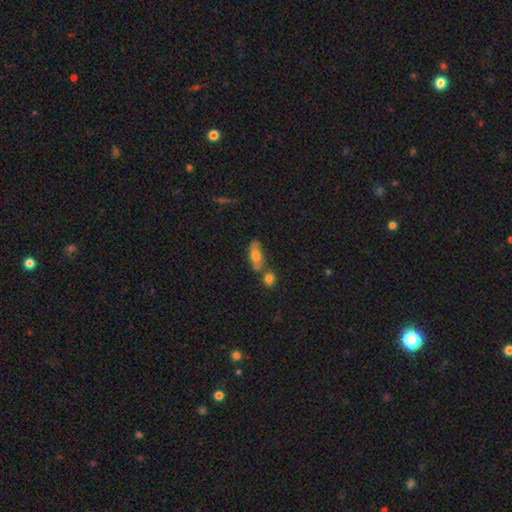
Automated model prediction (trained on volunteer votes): smooth_or_featured: smooth (p=0.64) [alt: featured or disk p=0.27]
how_rounded: in between (p=0.78) [alt: cigar-shaped p=0.16]
merging: none (p=0.55) [alt: merger p=0.24]